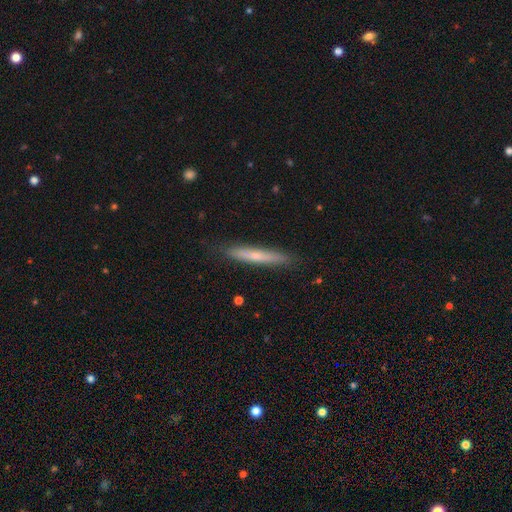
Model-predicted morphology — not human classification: smooth 59%, featured or disk 35%, star or artifact 6%. Down the decision tree: how rounded — cigar-shaped (94%); merging — none (87%).